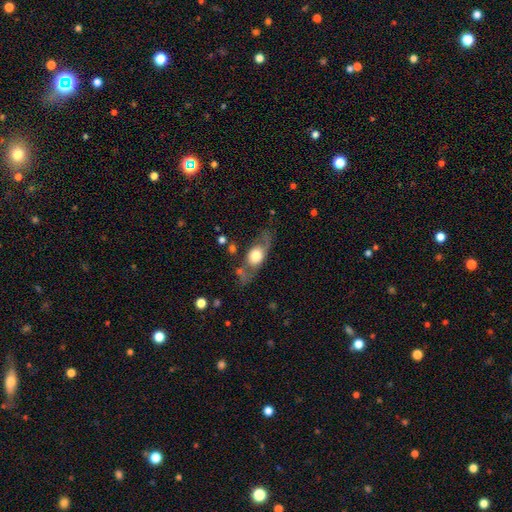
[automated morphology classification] smooth_or_featured: smooth (p=0.49) [alt: featured or disk p=0.44]
merging: none (p=0.55) [alt: minor disturbance p=0.23]